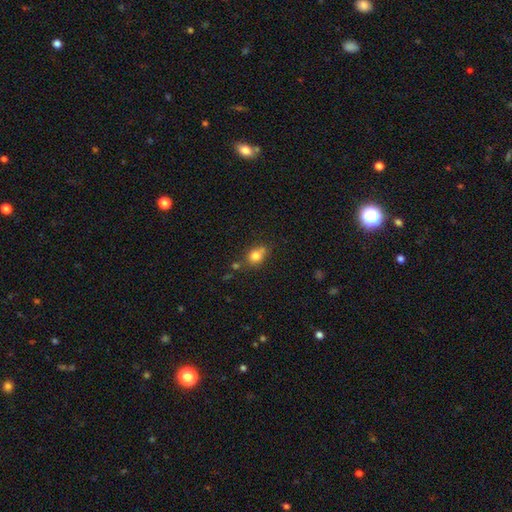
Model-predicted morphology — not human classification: smooth_or_featured: smooth (p=0.79) [alt: star or artifact p=0.11]
how_rounded: round (p=0.62) [alt: in between p=0.37]
merging: none (p=0.56) [alt: merger p=0.21]